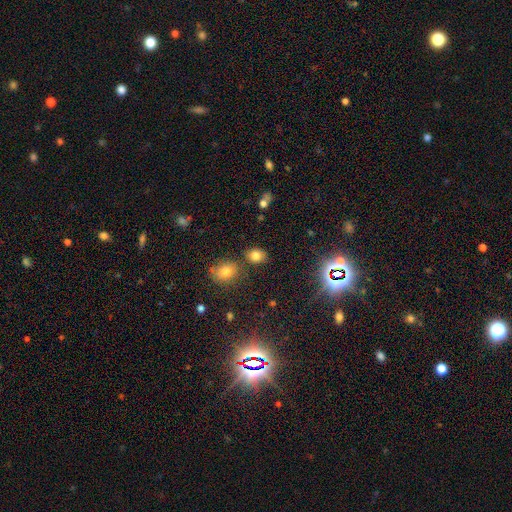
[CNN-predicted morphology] This appears to be a smooth galaxy with no disk features (78%) that is in between round and cigar-shaped (60%). Merging: none (78%).